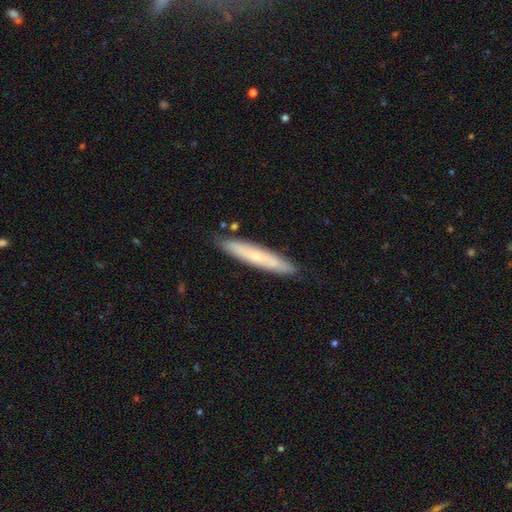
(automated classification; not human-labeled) This is possibly a smooth galaxy (54%). How rounded: clearly cigar-shaped (93%). Merging: clearly none (87%).